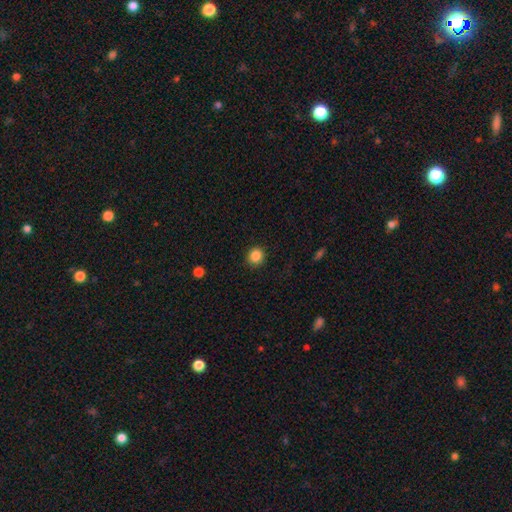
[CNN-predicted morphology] Smooth or featured: smooth — 86% (star or artifact — 10%)
How rounded: round — 90% (in between — 9%)
Merging: none — 91% (minor disturbance — 6%)